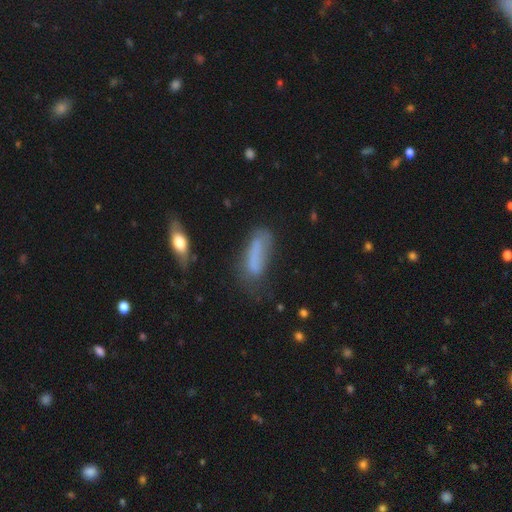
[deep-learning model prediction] Smooth or featured?
  - smooth: 69% *
  - featured or disk: 20%
  - star or artifact: 11%
How rounded?
  - in between: 53% *
  - cigar-shaped: 44%
  - round: 3%
Merging?
  - none: 45% *
  - minor disturbance: 30%
  - major disturbance: 20%
  - merger: 5%